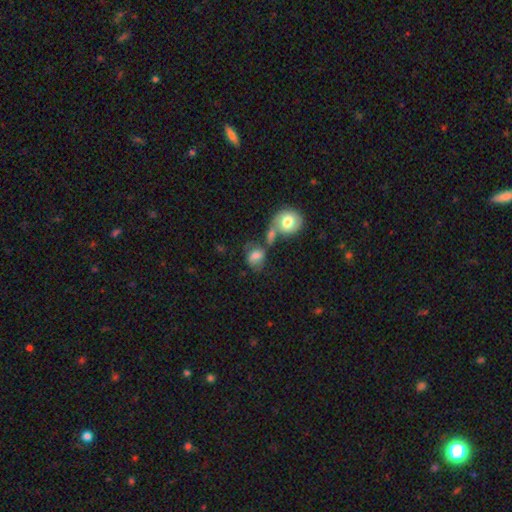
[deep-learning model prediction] smooth 66%, featured or disk 25%, star or artifact 9%. Down the decision tree: how rounded — in between (57%); merging — merger (41%).